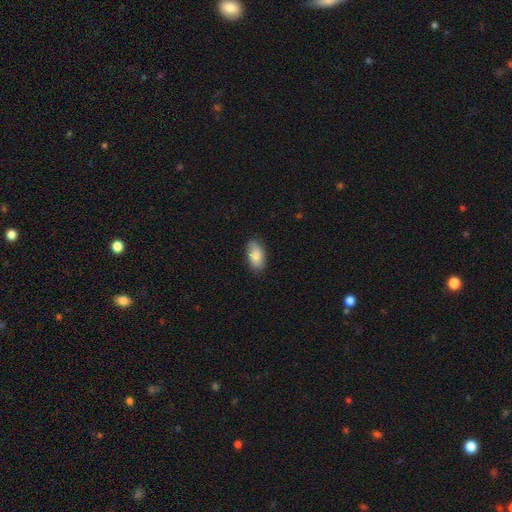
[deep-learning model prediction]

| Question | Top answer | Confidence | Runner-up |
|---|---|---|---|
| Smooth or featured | smooth | 83% | featured or disk (11%) |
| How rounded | in between | 93% | round (4%) |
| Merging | none | 81% | minor disturbance (15%) |